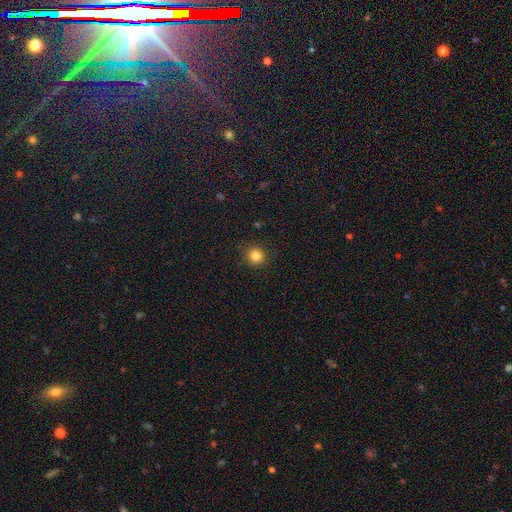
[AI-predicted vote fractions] Overall: smooth (83%). How rounded: round (92%). Merging: none (91%).